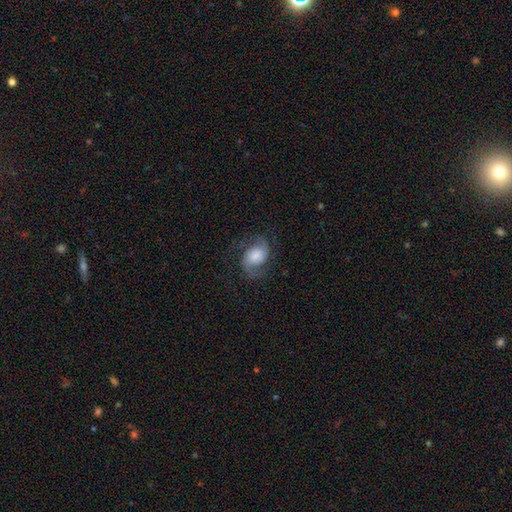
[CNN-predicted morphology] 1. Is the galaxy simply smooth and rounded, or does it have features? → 75% featured or disk, 18% smooth, 7% star or artifact.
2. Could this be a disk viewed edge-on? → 98% no, 2% yes.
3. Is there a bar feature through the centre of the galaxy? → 58% no, 34% weak, 8% strong.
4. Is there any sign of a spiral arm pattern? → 95% yes, 5% no.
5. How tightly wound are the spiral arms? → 50% medium, 34% loose, 16% tight.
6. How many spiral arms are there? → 92% 2, 3% can't tell, 2% 1, 1% 3, 1% 4, 1% more than 4.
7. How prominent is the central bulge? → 31% large, 30% moderate, 20% small, 12% none, 7% dominant.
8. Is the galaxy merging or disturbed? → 71% none, 16% minor disturbance, 11% major disturbance, 1% merger.